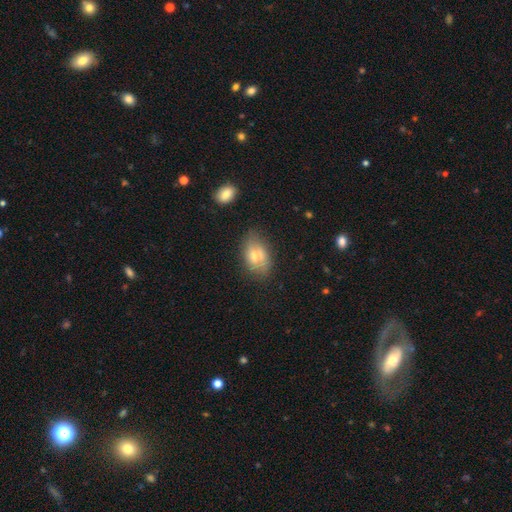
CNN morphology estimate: type=smooth (63%); roundness=in between (84%); merging=none (59%).